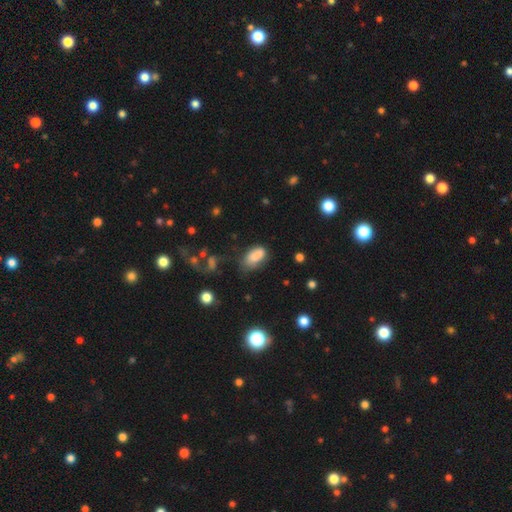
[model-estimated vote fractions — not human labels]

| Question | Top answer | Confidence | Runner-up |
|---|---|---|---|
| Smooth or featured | smooth | 83% | star or artifact (9%) |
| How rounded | in between | 91% | round (5%) |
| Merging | none | 49% | minor disturbance (32%) |